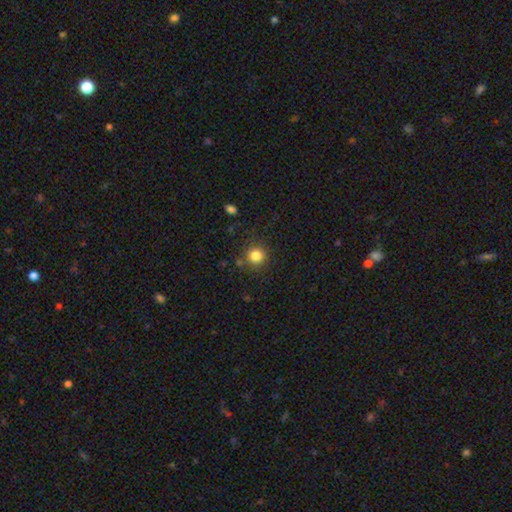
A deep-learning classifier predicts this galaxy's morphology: A smooth galaxy with no disk features (83%) that is round (91%).

Vote fractions:
- Smooth or featured? smooth: 83% / star or artifact: 12% / featured or disk: 5%
- How rounded? round: 91% / in between: 8% / cigar-shaped: 1%
- Merging? none: 83% / minor disturbance: 10% / merger: 4% / major disturbance: 3%